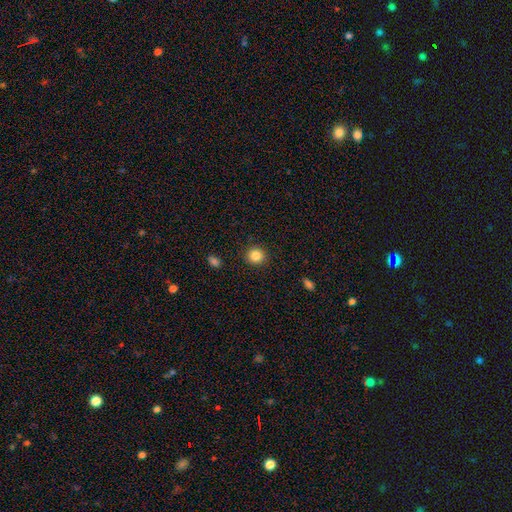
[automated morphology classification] A smooth galaxy with no disk features (85%) that is round (89%).

Vote fractions:
- Smooth or featured? smooth: 85% / star or artifact: 10% / featured or disk: 5%
- How rounded? round: 89% / in between: 10% / cigar-shaped: 1%
- Merging? none: 91% / minor disturbance: 6% / major disturbance: 2% / merger: 1%